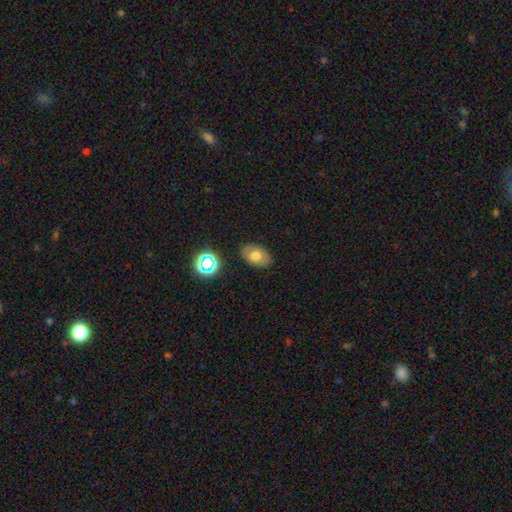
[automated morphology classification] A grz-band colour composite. It shows a smooth galaxy with no disk features (67%) that is in between round and cigar-shaped (83%). Merging: none (85%).